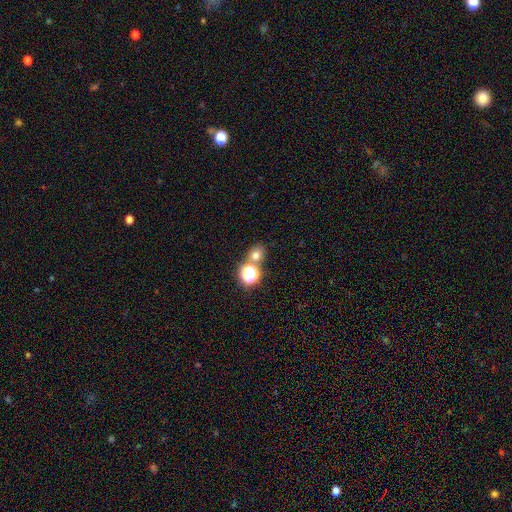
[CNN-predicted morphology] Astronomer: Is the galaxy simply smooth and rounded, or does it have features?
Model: smooth — 66%.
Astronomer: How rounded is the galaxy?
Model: round — 71%.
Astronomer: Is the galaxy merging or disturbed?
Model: none — 65%.